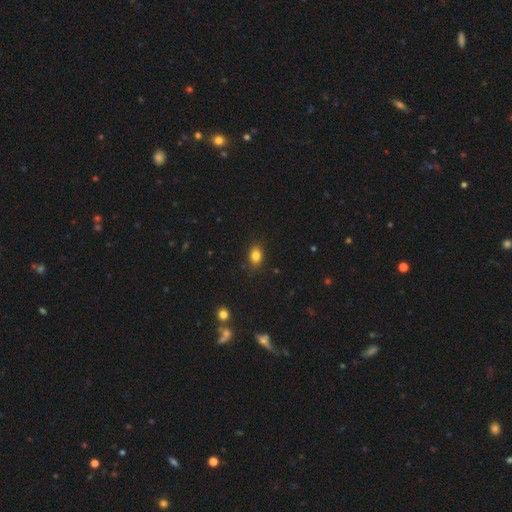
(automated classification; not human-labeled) A smooth galaxy with no disk features (83%) that is in between round and cigar-shaped (72%). Merging: none (86%).